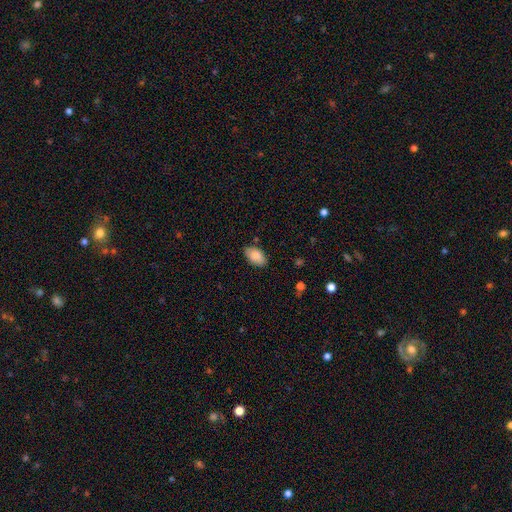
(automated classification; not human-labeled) The model was most divided on "merging": none: 82%, minor disturbance: 14%, major disturbance: 3%, merger: 1%. More confident: how rounded — in between (93%); smooth or featured — smooth (86%).